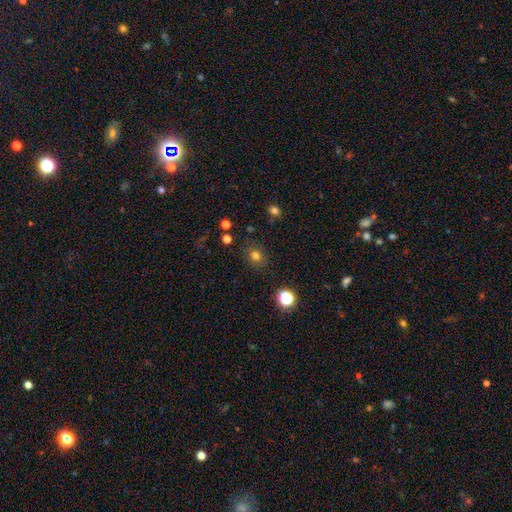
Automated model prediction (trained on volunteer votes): This appears to be a smooth galaxy with no disk features (75%) that is round (77%). Merging: none (86%).